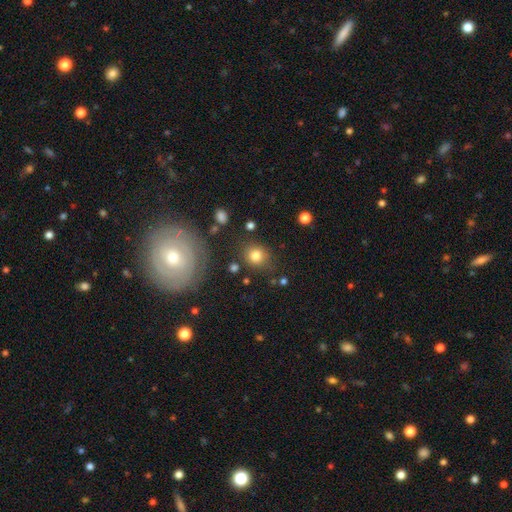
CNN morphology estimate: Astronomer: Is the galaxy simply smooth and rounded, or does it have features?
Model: smooth — 79%.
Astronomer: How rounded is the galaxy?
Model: round — 76%.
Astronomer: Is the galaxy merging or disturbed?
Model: none — 78%.